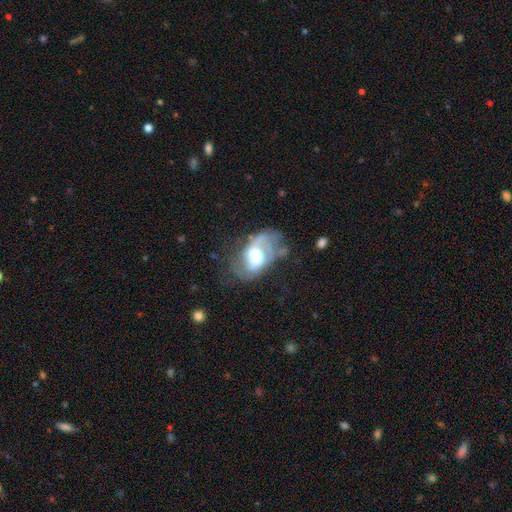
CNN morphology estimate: smooth_or_featured: featured or disk (p=0.70) [alt: smooth p=0.22]
disk_edge_on: no (p=0.96) [alt: yes p=0.04]
bar: weak (p=0.44) [alt: no p=0.39]
has_spiral_arms: yes (p=0.78) [alt: no p=0.22]
spiral_winding: medium (p=0.42) [alt: loose p=0.41]
spiral_arm_count: 2 (p=0.67) [alt: can't tell p=0.16]
bulge_size: moderate (p=0.54) [alt: large p=0.31]
merging: none (p=0.39) [alt: major disturbance p=0.30]